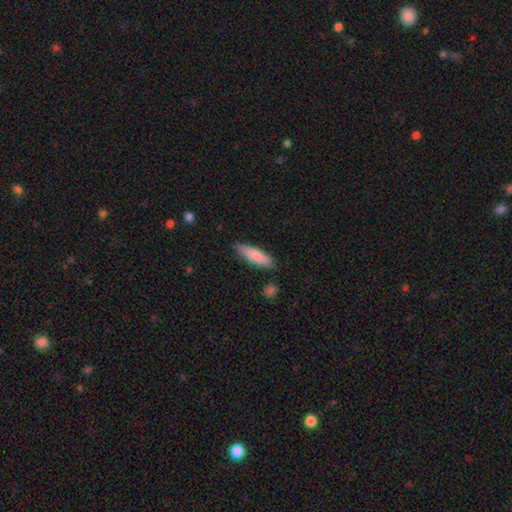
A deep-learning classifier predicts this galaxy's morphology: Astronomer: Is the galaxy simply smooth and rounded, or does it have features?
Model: smooth — 82%.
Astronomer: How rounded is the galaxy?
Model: cigar-shaped — 59% (runner-up: in between, 40%).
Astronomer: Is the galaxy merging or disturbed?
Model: none — 82%.